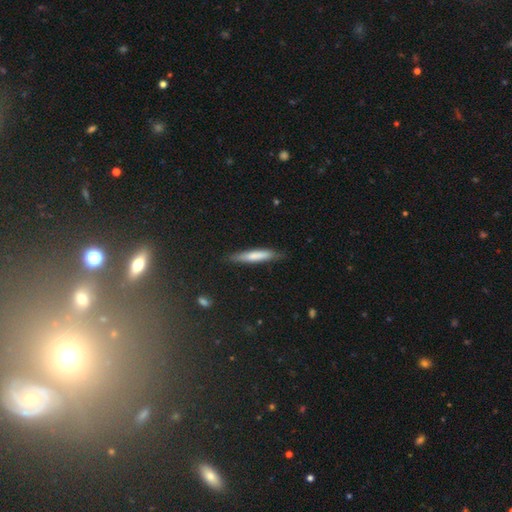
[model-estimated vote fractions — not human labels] Smooth or featured? Predicted: smooth (p=0.72). How rounded? Predicted: cigar-shaped (p=0.88). Merging? Predicted: none (p=0.82).